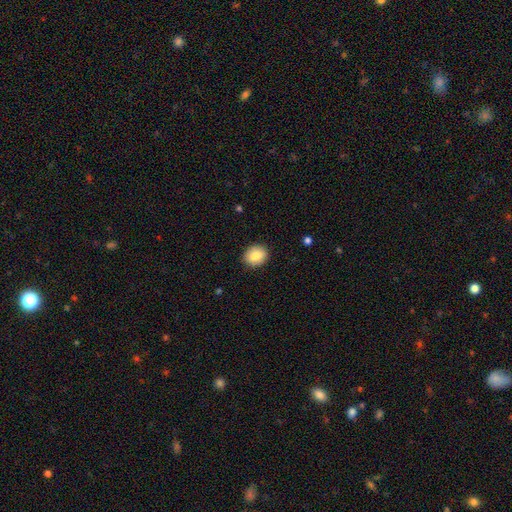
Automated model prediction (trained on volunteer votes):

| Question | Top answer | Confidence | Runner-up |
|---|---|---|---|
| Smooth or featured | smooth | 86% | star or artifact (7%) |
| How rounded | round | 61% | in between (38%) |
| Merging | none | 90% | minor disturbance (8%) |